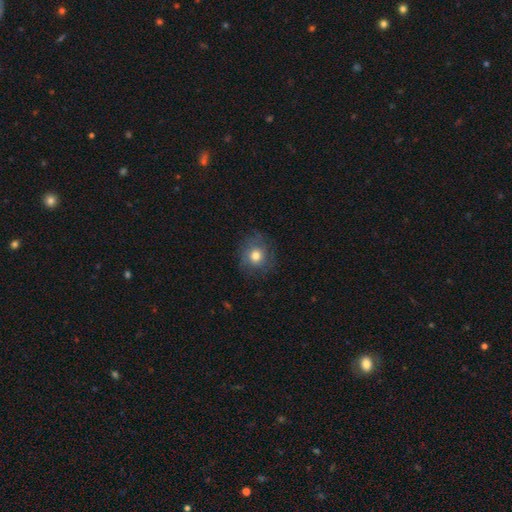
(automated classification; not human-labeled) smooth 69%, featured or disk 21%, star or artifact 10%. Down the decision tree: how rounded — round (79%); merging — none (77%).